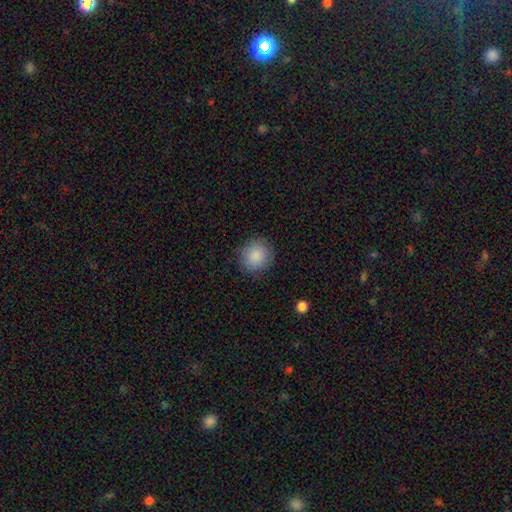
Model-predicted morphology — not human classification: Smooth or featured?
  - smooth: 88% *
  - star or artifact: 8%
  - featured or disk: 4%
How rounded?
  - round: 87% *
  - in between: 12%
  - cigar-shaped: 1%
Merging?
  - none: 88% *
  - minor disturbance: 8%
  - major disturbance: 3%
  - merger: 1%